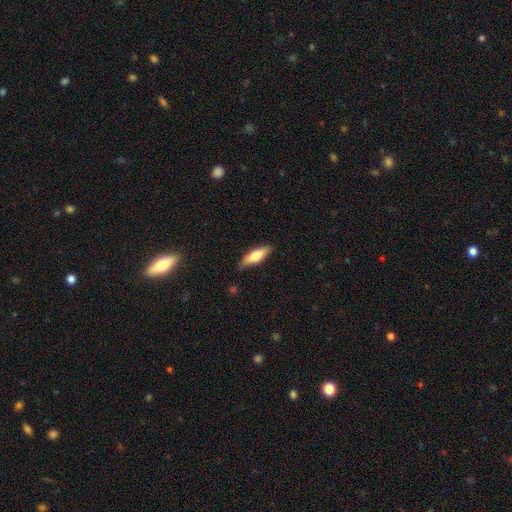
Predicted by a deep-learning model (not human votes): Q: Smooth or featured?
A: smooth (66%); runner-up: featured or disk (28%)
Q: How rounded?
A: in between (52%); runner-up: cigar-shaped (46%)
Q: Merging?
A: none (83%); runner-up: minor disturbance (14%)